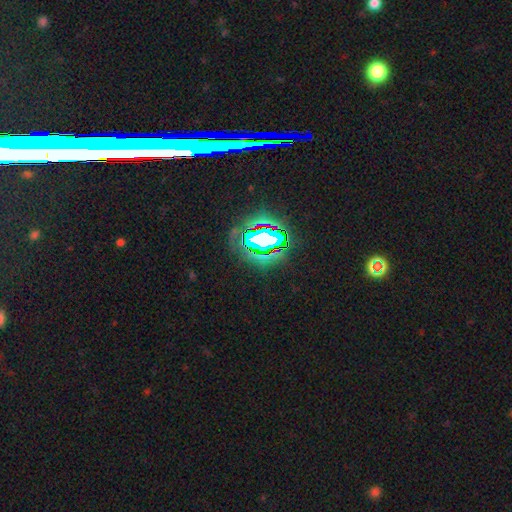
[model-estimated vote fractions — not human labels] Smooth or featured: star or artifact — 77% (smooth — 12%)